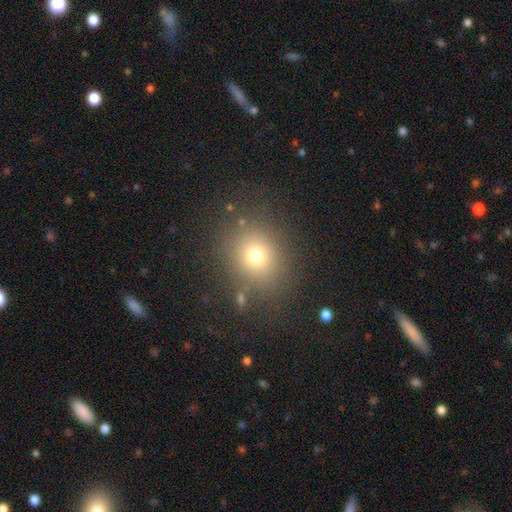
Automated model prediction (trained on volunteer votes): This is likely a smooth galaxy (72%). How rounded: likely round (78%). Merging: clearly none (84%).